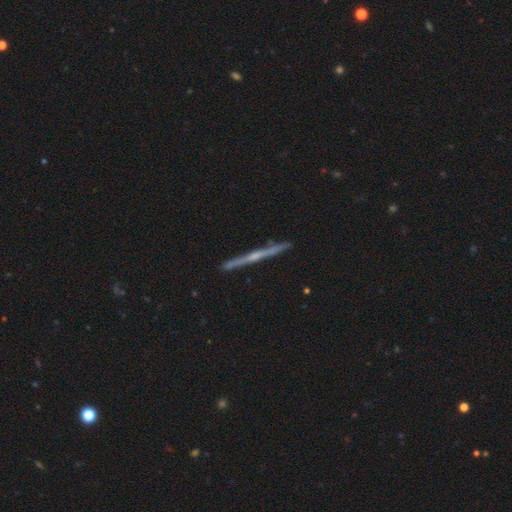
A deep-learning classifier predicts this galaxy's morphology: A featured or disk galaxy (72%) viewed edge-on (98%) with no central bulge (48%).

Vote fractions:
- Smooth or featured? featured or disk: 72% / smooth: 22% / star or artifact: 6%
- Edge-on disk? yes: 98% / no: 2%
- Edge-on bulge? none: 48% / rounded: 45% / boxy: 7%
- Merging? none: 91% / minor disturbance: 7% / merger: 1% / major disturbance: 1%